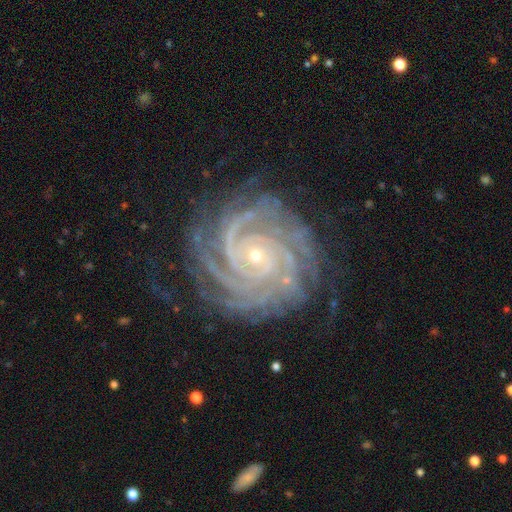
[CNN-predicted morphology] Smooth or featured?
  - featured or disk: 92% *
  - star or artifact: 5%
  - smooth: 3%
Edge-on disk?
  - no: 98% *
  - yes: 2%
Bar?
  - no: 74% *
  - weak: 17%
  - strong: 9%
Spiral arms?
  - yes: 99% *
  - no: 1%
Spiral winding?
  - tight: 84% *
  - medium: 14%
  - loose: 2%
Spiral arm count?
  - 4: 26% *
  - more than 4: 23%
  - 3: 18%
  - can't tell: 12%
  - 2: 12%
  - 1: 8%
Bulge size?
  - small: 78% *
  - moderate: 19%
  - large: 1%
  - none: 1%
  - dominant: 1%
Merging?
  - none: 77% *
  - minor disturbance: 16%
  - major disturbance: 6%
  - merger: 1%